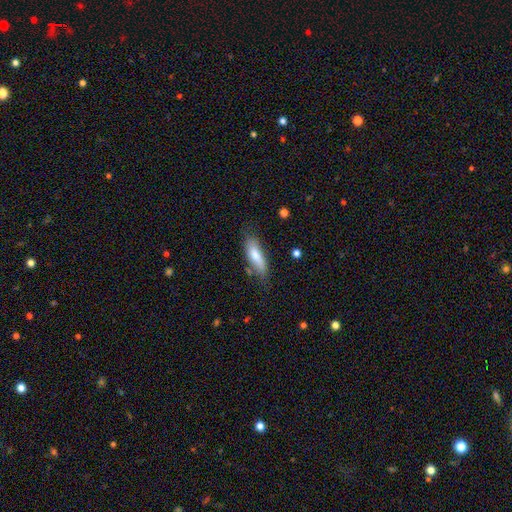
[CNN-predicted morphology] A smooth galaxy with no disk features (74%) that is in between round and cigar-shaped (52%). Merging: none (65%).